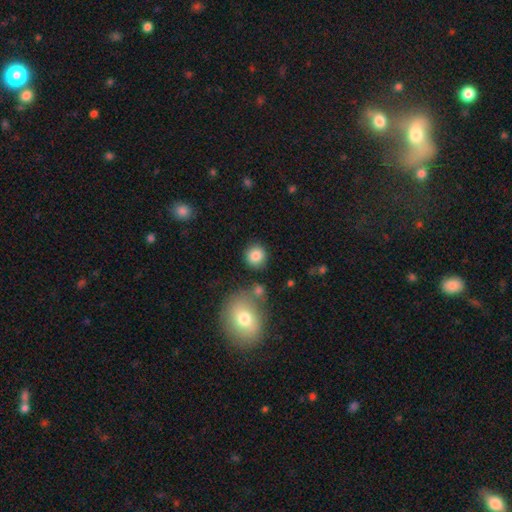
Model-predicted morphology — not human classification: Smooth or featured?
  - smooth: 84% *
  - star or artifact: 9%
  - featured or disk: 6%
How rounded?
  - round: 90% *
  - in between: 9%
  - cigar-shaped: 1%
Merging?
  - none: 84% *
  - minor disturbance: 8%
  - merger: 5%
  - major disturbance: 3%